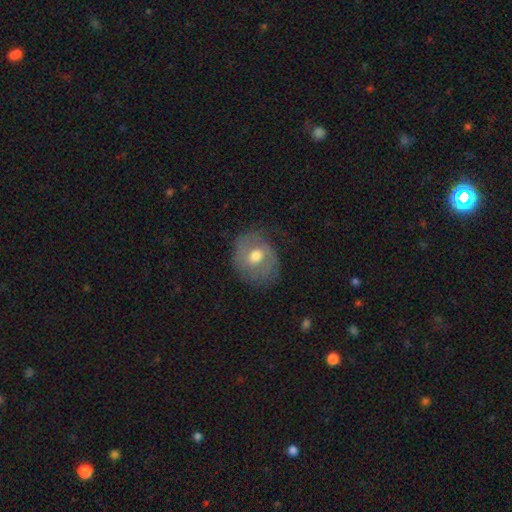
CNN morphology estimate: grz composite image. It shows a featured or disk galaxy (51%). Merging: none (60%).